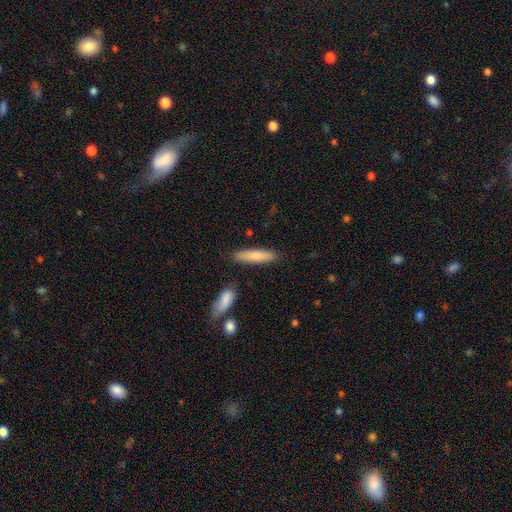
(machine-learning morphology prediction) This is likely a smooth galaxy (78%). How rounded: clearly cigar-shaped (80%). Merging: clearly none (85%).